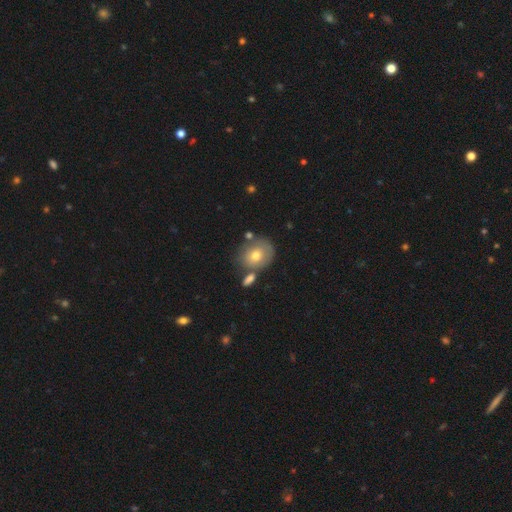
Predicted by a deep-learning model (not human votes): Smooth or featured?
  - smooth: 66% *
  - featured or disk: 25%
  - star or artifact: 9%
How rounded?
  - round: 66% *
  - in between: 33%
  - cigar-shaped: 1%
Merging?
  - none: 59% *
  - merger: 18%
  - minor disturbance: 18%
  - major disturbance: 6%